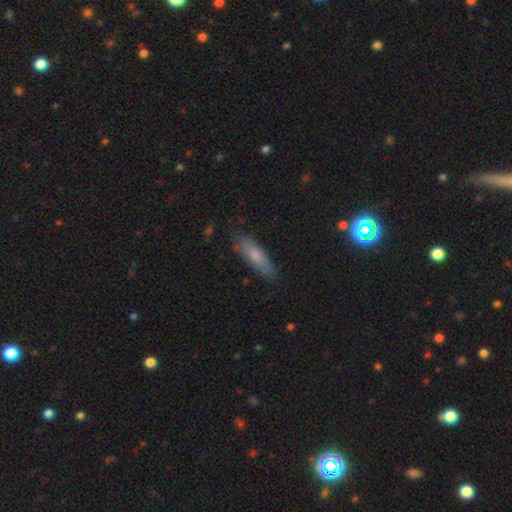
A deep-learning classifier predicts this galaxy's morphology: A smooth galaxy with no disk features (75%) that is cigar-shaped (50%).

Vote fractions:
- Smooth or featured? smooth: 75% / featured or disk: 19% / star or artifact: 6%
- How rounded? cigar-shaped: 50% / in between: 48% / round: 2%
- Merging? none: 77% / minor disturbance: 18% / major disturbance: 3% / merger: 2%